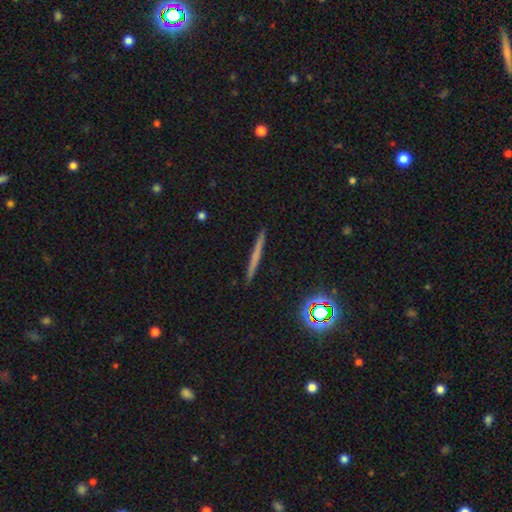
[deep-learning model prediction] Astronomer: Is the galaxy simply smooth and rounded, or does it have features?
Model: smooth — 49% (runner-up: featured or disk, 39%).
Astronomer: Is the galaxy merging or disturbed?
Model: none — 92%.